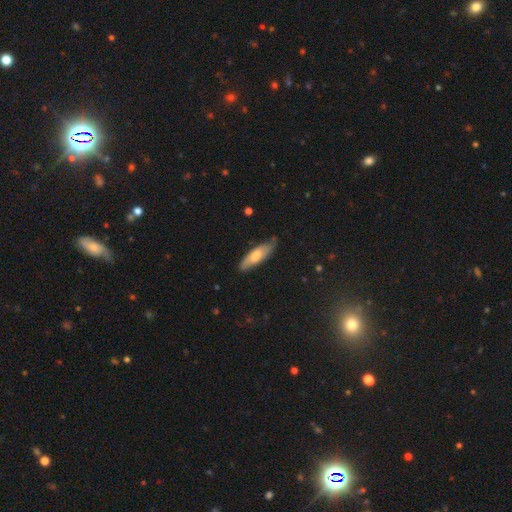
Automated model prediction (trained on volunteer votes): Morphology: type=smooth (65%); roundness=cigar-shaped (59%); merging=none (77%).